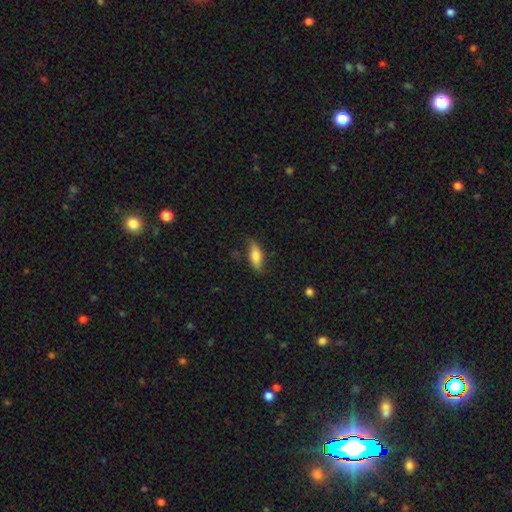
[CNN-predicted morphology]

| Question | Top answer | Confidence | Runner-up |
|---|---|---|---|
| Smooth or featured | smooth | 73% | featured or disk (20%) |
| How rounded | in between | 72% | cigar-shaped (25%) |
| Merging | none | 70% | minor disturbance (23%) |